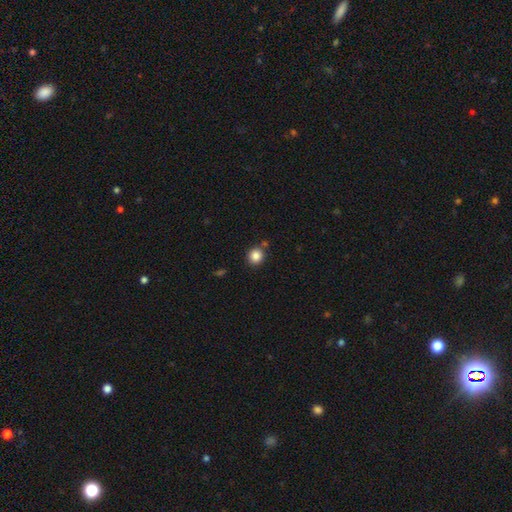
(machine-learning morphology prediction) This is clearly a smooth galaxy (85%). How rounded: clearly round (87%). Merging: clearly none (80%).